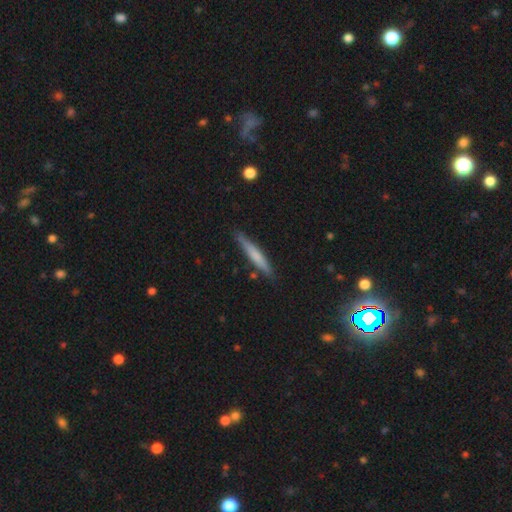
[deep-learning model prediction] Smooth or featured?
  - smooth: 60% *
  - featured or disk: 35%
  - star or artifact: 5%
How rounded?
  - cigar-shaped: 94% *
  - in between: 5%
  - round: 1%
Merging?
  - none: 85% *
  - minor disturbance: 11%
  - merger: 2%
  - major disturbance: 2%